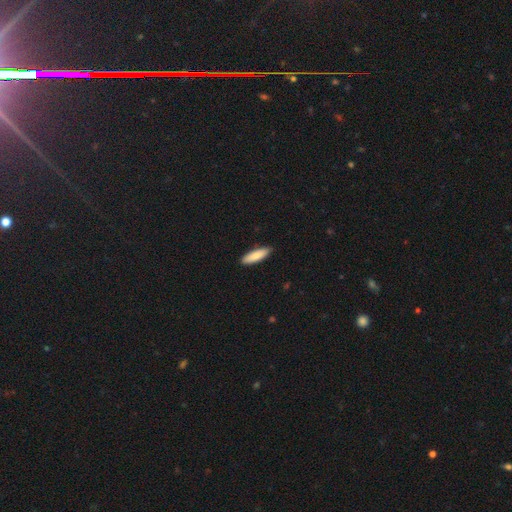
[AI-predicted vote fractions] A smooth galaxy with no disk features (85%) that is cigar-shaped (54%).

Vote fractions:
- Smooth or featured? smooth: 85% / featured or disk: 10% / star or artifact: 5%
- How rounded? cigar-shaped: 54% / in between: 44% / round: 2%
- Merging? none: 89% / minor disturbance: 9% / major disturbance: 1% / merger: 1%